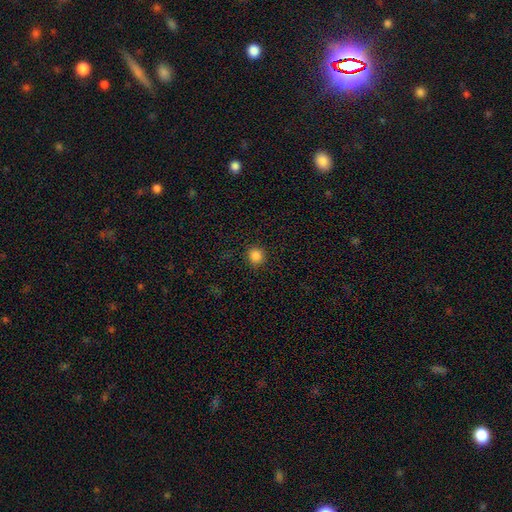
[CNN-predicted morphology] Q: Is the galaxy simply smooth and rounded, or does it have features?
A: smooth — 85%.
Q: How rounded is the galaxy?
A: round — 90%.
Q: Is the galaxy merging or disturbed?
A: none — 89%.